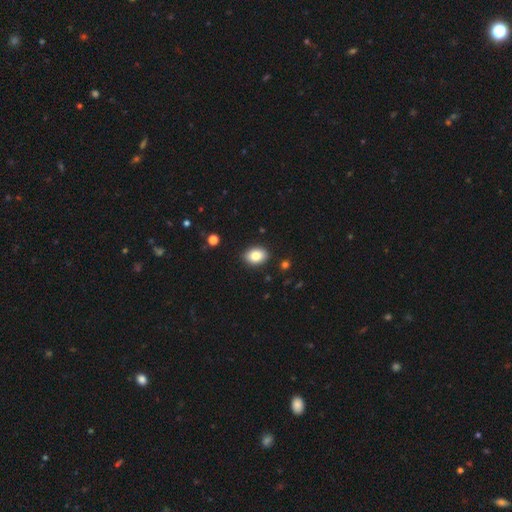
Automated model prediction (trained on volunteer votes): A smooth galaxy with no disk features (84%) that is in between round and cigar-shaped (73%).

Vote fractions:
- Smooth or featured? smooth: 84% / star or artifact: 8% / featured or disk: 7%
- How rounded? in between: 73% / round: 26% / cigar-shaped: 1%
- Merging? none: 89% / minor disturbance: 8% / major disturbance: 2% / merger: 1%